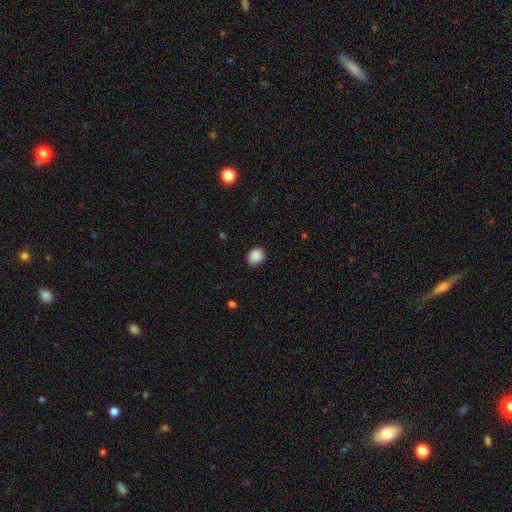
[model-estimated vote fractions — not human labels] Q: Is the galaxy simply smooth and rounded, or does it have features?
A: smooth — 88%.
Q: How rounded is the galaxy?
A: round — 61%.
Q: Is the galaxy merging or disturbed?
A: none — 79%.